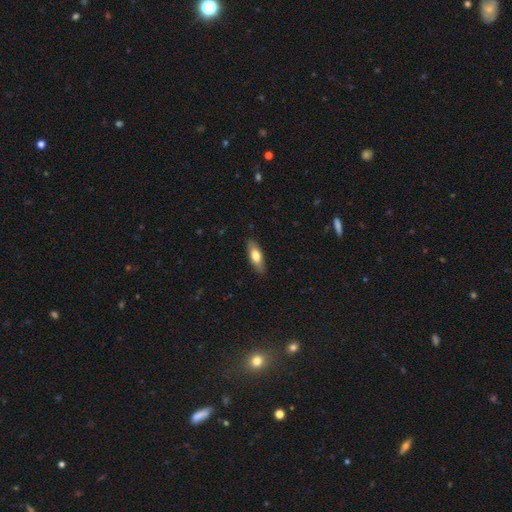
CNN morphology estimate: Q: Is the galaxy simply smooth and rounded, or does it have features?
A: smooth — 70%.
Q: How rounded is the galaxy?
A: in between — 67%.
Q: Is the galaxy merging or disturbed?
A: none — 87%.